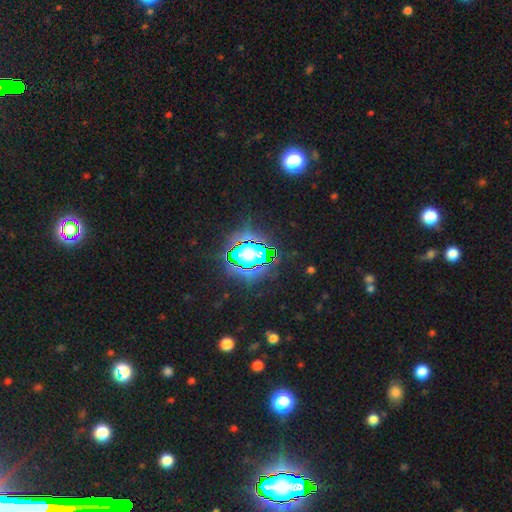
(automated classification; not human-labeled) A star or artifact, not a galaxy (82%).